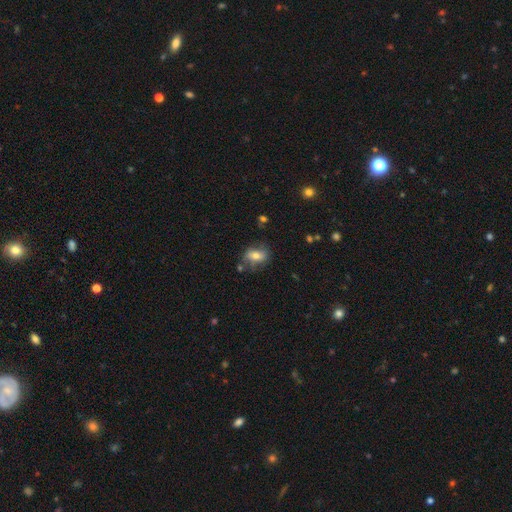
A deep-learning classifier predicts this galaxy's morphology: Smooth or featured? Predicted: smooth (p=0.60). How rounded? Predicted: in between (p=0.69). Merging? Predicted: none (p=0.67).